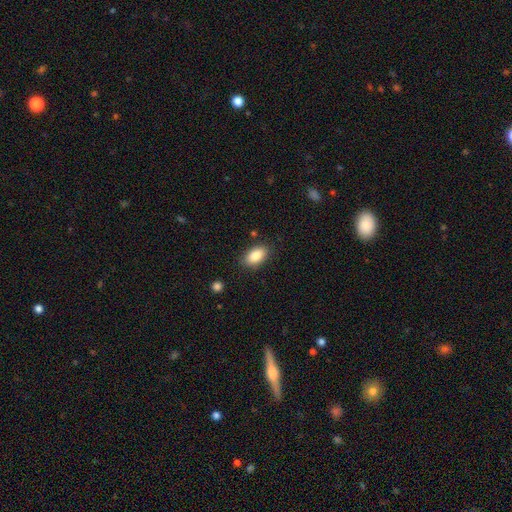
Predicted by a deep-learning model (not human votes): A smooth galaxy with no disk features (85%) that is in between round and cigar-shaped (91%). Merging: none (85%).